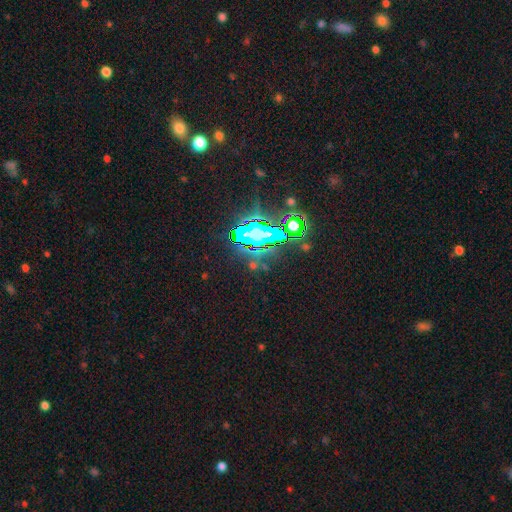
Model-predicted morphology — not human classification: Overall: star or artifact (83%).